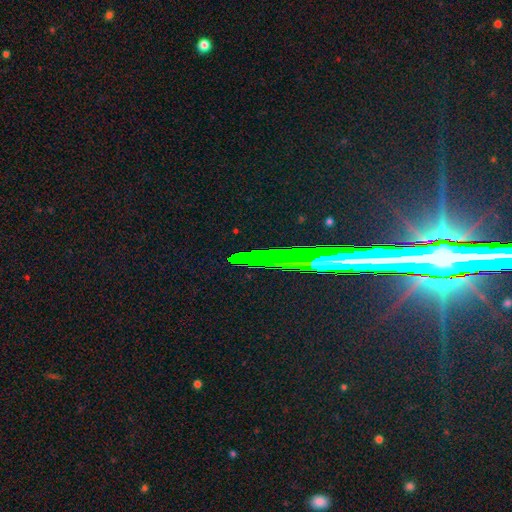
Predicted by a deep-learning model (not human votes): smooth-or-featured: star or artifact: 67% | featured or disk: 22% | smooth: 11%